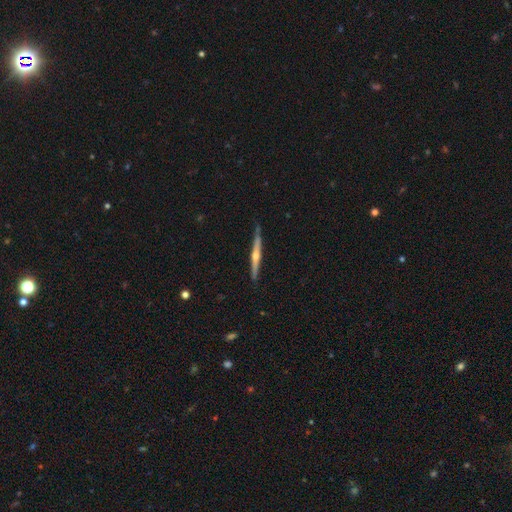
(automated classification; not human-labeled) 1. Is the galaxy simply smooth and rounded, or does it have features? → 71% featured or disk, 24% smooth, 5% star or artifact.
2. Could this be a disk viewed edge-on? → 98% yes, 2% no.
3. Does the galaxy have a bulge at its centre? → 85% rounded, 12% none, 4% boxy.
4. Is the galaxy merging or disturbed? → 85% none, 12% minor disturbance, 2% major disturbance, 2% merger.